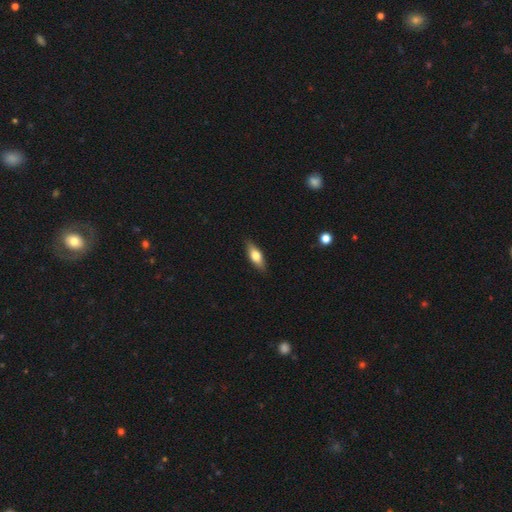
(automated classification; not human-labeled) A smooth galaxy with no disk features (63%) that is in between round and cigar-shaped (64%).

Vote fractions:
- Smooth or featured? smooth: 63% / featured or disk: 30% / star or artifact: 6%
- How rounded? in between: 64% / cigar-shaped: 33% / round: 3%
- Merging? none: 88% / minor disturbance: 9% / major disturbance: 2% / merger: 1%